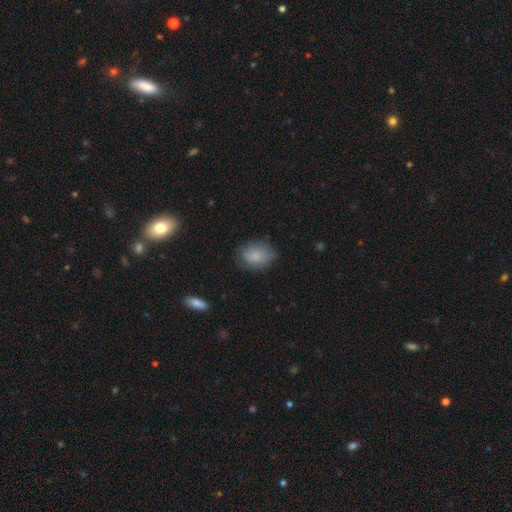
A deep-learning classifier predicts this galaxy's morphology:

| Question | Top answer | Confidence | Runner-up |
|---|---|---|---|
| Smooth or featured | smooth | 85% | featured or disk (7%) |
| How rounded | in between | 60% | round (38%) |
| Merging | none | 76% | minor disturbance (19%) |